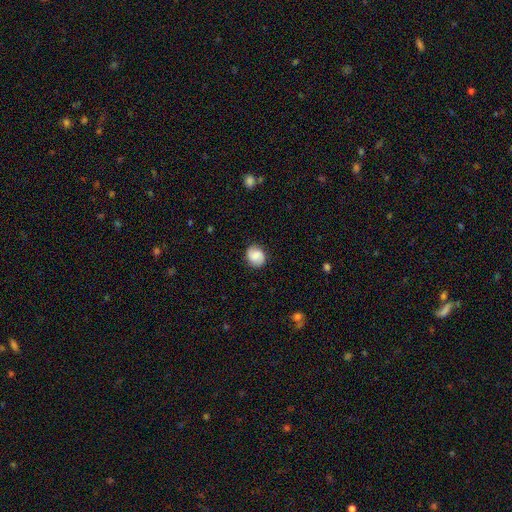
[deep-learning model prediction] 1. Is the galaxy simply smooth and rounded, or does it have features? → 71% smooth, 21% featured or disk, 8% star or artifact.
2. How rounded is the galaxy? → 70% round, 29% in between, 1% cigar-shaped.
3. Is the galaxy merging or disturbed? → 83% none, 12% minor disturbance, 3% major disturbance, 1% merger.